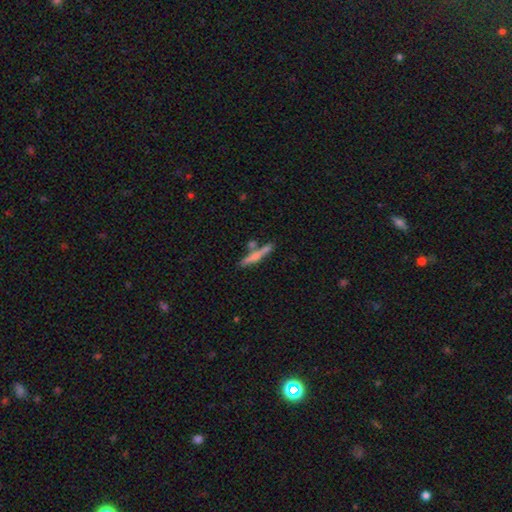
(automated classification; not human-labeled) A smooth galaxy with no disk features (51%) that is cigar-shaped (91%).

Vote fractions:
- Smooth or featured? smooth: 51% / featured or disk: 43% / star or artifact: 6%
- How rounded? cigar-shaped: 91% / in between: 7% / round: 2%
- Merging? none: 73% / merger: 12% / minor disturbance: 12% / major disturbance: 3%